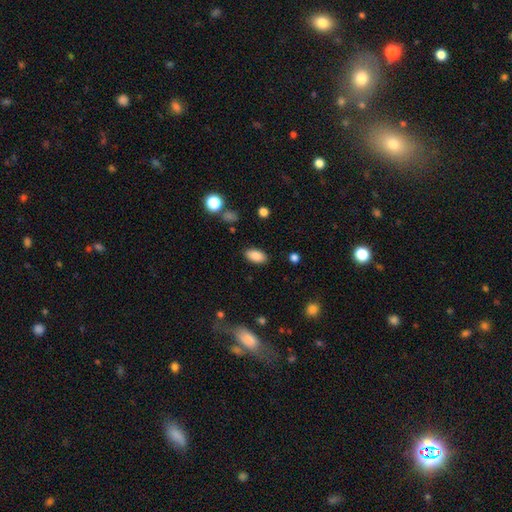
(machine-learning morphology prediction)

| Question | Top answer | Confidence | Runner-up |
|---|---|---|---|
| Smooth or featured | smooth | 87% | star or artifact (8%) |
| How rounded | in between | 93% | round (4%) |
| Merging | none | 87% | minor disturbance (9%) |